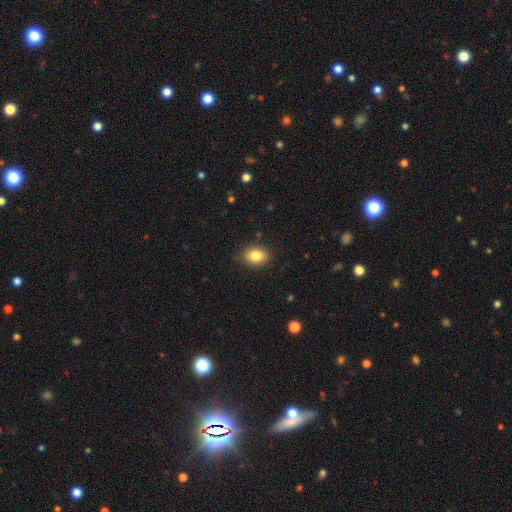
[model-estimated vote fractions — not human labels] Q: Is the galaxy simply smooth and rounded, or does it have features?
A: smooth — 84%.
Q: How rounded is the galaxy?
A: in between — 64%.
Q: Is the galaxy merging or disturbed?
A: none — 85%.